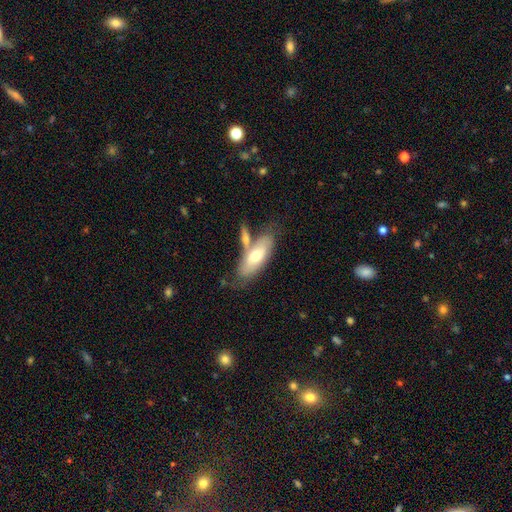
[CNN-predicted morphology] A smooth galaxy with no disk features (56%) that is in between round and cigar-shaped (74%).

Vote fractions:
- Smooth or featured? smooth: 56% / featured or disk: 38% / star or artifact: 6%
- How rounded? in between: 74% / cigar-shaped: 24% / round: 2%
- Merging? none: 51% / merger: 25% / minor disturbance: 18% / major disturbance: 6%